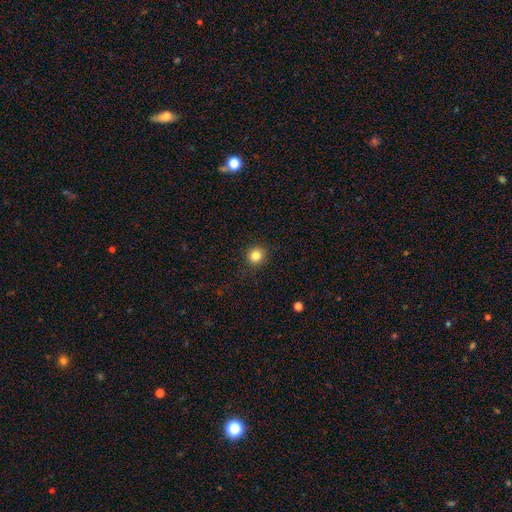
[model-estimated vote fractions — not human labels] Smooth or featured? smooth (84%)
How rounded? round (89%)
Merging? none (91%)